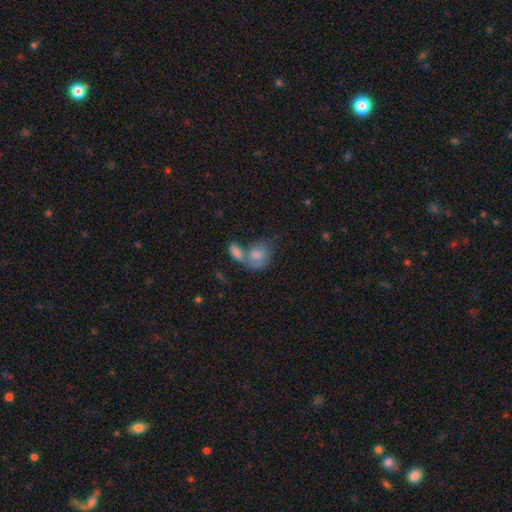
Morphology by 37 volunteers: smooth 68%, featured or disk 27%, star or artifact 5%. Down the decision tree: how rounded — round (48%, tied with in between); merging — merger (51%).